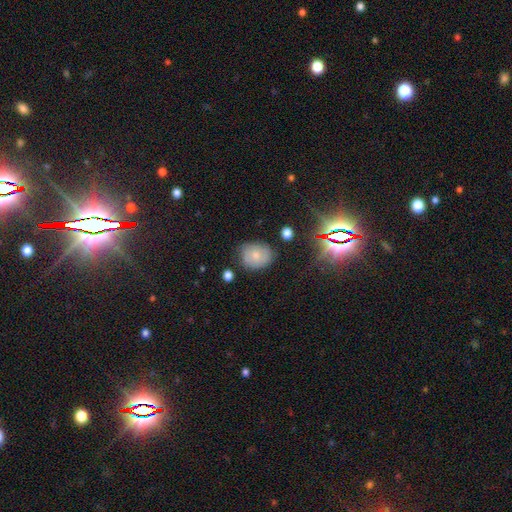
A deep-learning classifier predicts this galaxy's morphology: Overall: smooth (66%). How rounded: round (55%; in between 44%). Merging: none (70%).